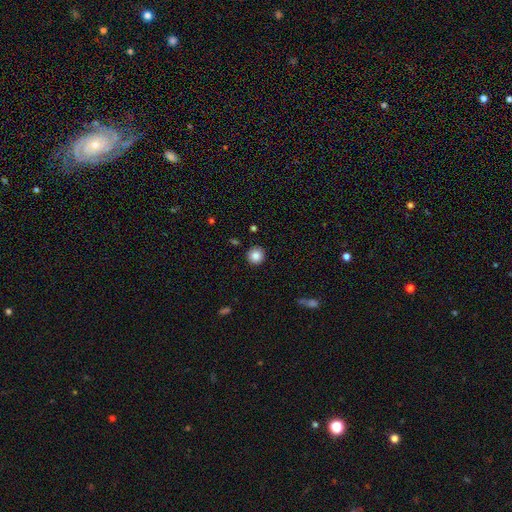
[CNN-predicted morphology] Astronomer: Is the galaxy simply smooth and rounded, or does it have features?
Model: smooth — 85%.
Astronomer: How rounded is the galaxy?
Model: round — 93%.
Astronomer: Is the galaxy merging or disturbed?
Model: none — 91%.